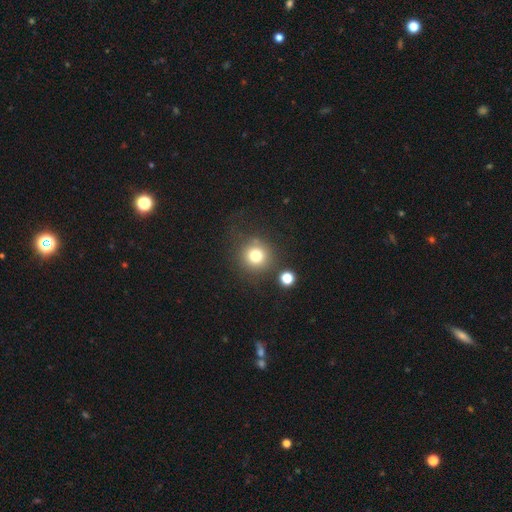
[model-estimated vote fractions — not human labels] Overall: smooth (76%). How rounded: round (94%). Merging: none (75%).